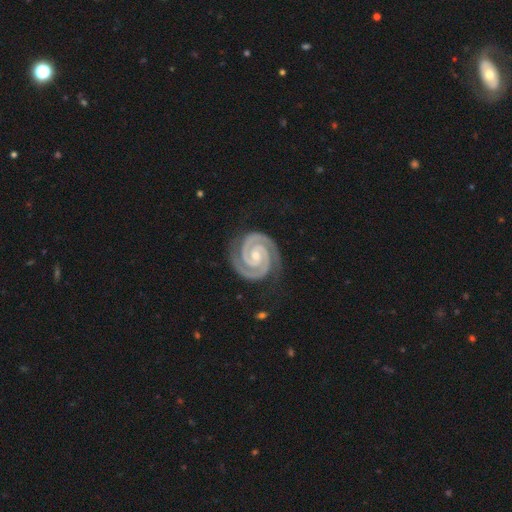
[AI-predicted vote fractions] smooth_or_featured: featured or disk (p=0.95) [alt: star or artifact p=0.04]
disk_edge_on: no (p=0.98) [alt: yes p=0.02]
bar: no (p=0.53) [alt: weak p=0.30]
has_spiral_arms: yes (p=0.99) [alt: no p=0.01]
spiral_winding: tight (p=0.83) [alt: medium p=0.16]
spiral_arm_count: 2 (p=0.94) [alt: 3 p=0.02]
bulge_size: small (p=0.48) [alt: moderate p=0.46]
merging: none (p=0.85) [alt: minor disturbance p=0.11]